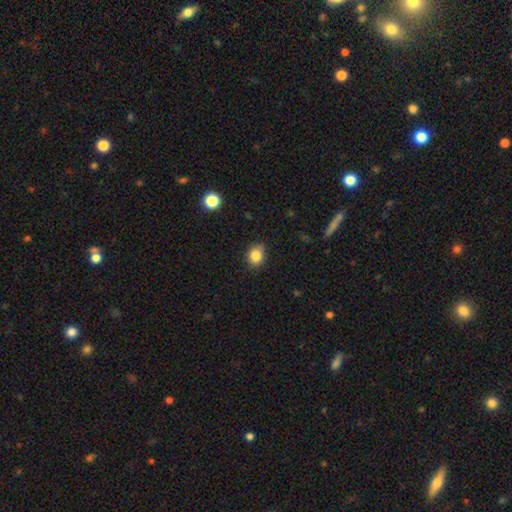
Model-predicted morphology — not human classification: Smooth or featured? smooth (83%)
How rounded? round (58%)
Merging? none (76%)